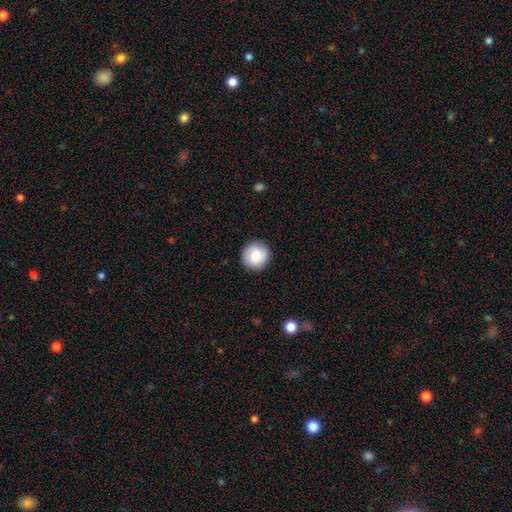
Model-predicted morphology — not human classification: Smooth or featured: smooth — 84% (featured or disk — 9%)
How rounded: round — 93% (in between — 6%)
Merging: none — 91% (minor disturbance — 6%)